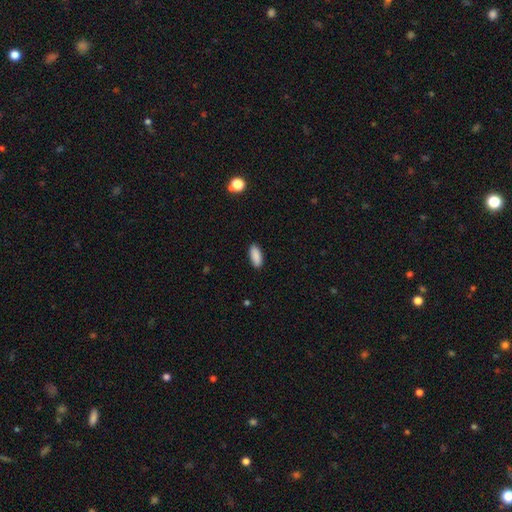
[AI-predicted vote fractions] Q: Smooth or featured?
A: smooth (90%); runner-up: star or artifact (7%)
Q: How rounded?
A: in between (81%); runner-up: cigar-shaped (17%)
Q: Merging?
A: none (89%); runner-up: minor disturbance (8%)